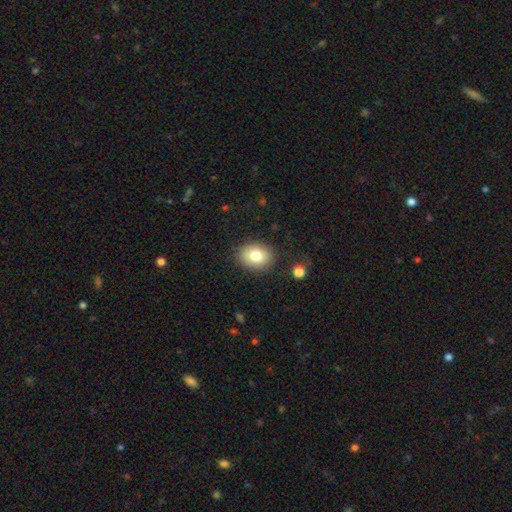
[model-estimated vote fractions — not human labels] Smooth or featured: smooth — 81% (featured or disk — 10%)
How rounded: in between — 61% (round — 38%)
Merging: none — 86% (minor disturbance — 10%)